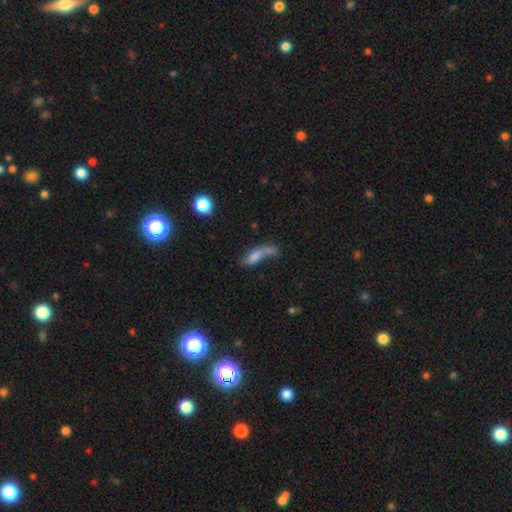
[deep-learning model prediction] smooth-or-featured: smooth: 59% | featured or disk: 27% | star or artifact: 14%
  how-rounded: in between: 53% | cigar-shaped: 41% | round: 6%
  merging: merger: 32% | none: 29% | major disturbance: 21% | minor disturbance: 18%